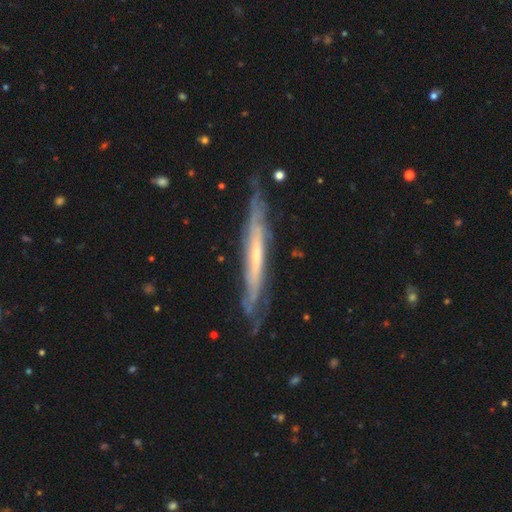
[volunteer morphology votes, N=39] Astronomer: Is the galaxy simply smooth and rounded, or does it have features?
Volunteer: featured or disk — 90%.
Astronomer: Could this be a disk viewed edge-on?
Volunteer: yes — 86%.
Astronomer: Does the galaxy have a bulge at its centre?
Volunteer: none — 73%.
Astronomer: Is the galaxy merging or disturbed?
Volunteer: none — 87%.